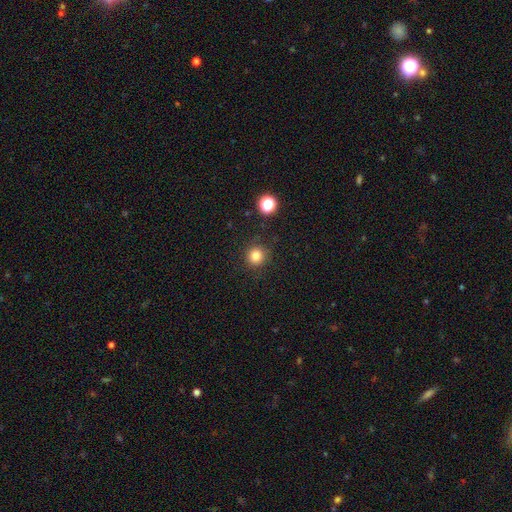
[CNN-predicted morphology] The model was most divided on "smooth or featured": smooth: 81%, star or artifact: 13%, featured or disk: 5%. More confident: how rounded — round (94%); merging — none (88%).